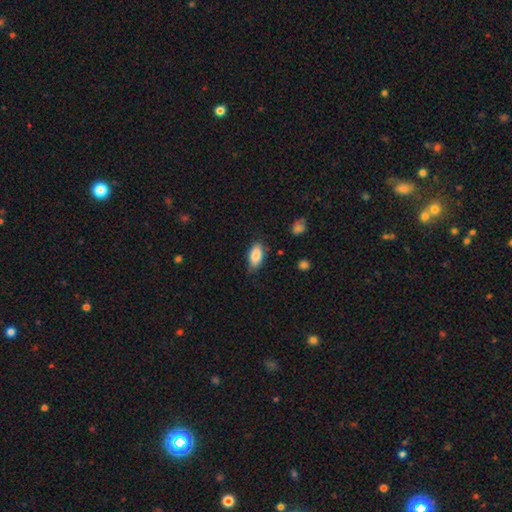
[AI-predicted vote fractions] A smooth galaxy with no disk features (86%) that is in between round and cigar-shaped (92%). Merging: none (74%).